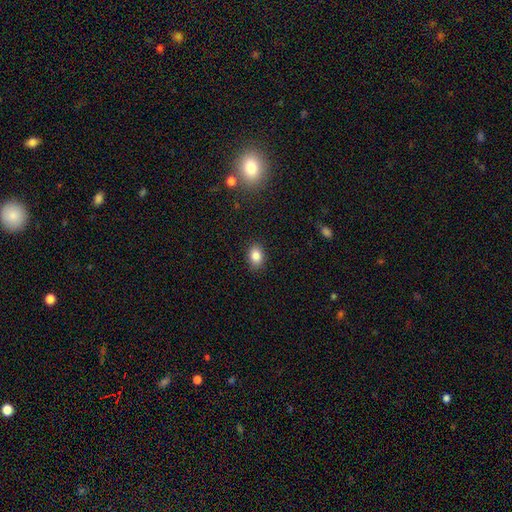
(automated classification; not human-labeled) This appears to be a smooth galaxy with no disk features (85%) that is in between round and cigar-shaped (74%). Merging: none (87%).